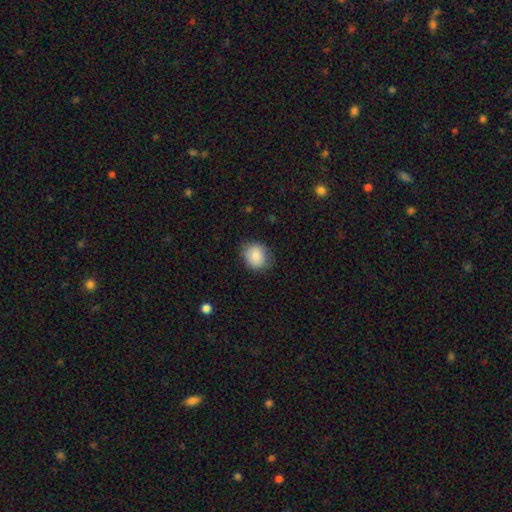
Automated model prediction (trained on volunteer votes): A smooth galaxy with no disk features (83%) that is round (72%).

Vote fractions:
- Smooth or featured? smooth: 83% / featured or disk: 9% / star or artifact: 8%
- How rounded? round: 72% / in between: 27% / cigar-shaped: 1%
- Merging? none: 81% / minor disturbance: 15% / major disturbance: 3% / merger: 1%